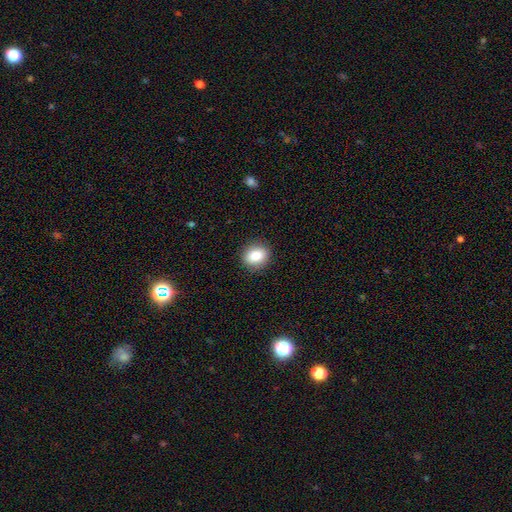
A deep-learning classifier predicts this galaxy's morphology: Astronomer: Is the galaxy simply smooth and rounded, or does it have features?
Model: smooth — 84%.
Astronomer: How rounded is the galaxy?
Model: round — 53% (runner-up: in between, 46%).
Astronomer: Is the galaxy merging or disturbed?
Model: none — 89%.